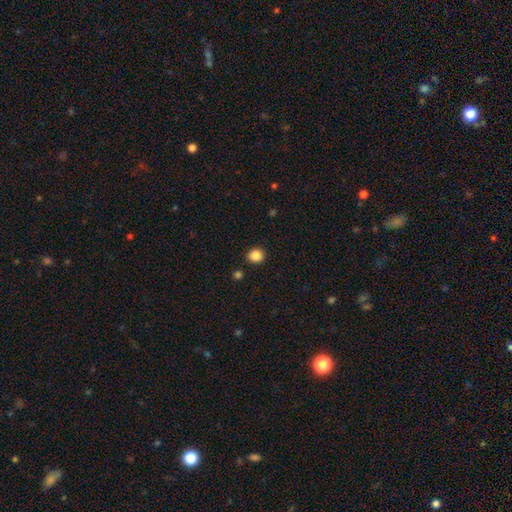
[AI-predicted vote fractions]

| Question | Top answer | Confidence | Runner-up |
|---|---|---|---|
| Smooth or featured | smooth | 87% | star or artifact (10%) |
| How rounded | round | 78% | in between (21%) |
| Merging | none | 89% | minor disturbance (7%) |